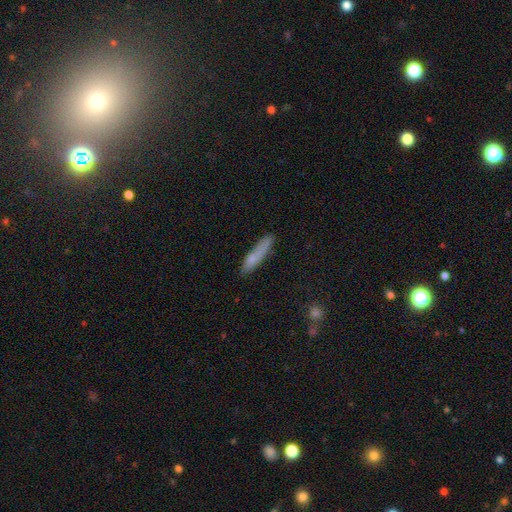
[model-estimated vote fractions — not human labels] smooth_or_featured: smooth (p=0.74) [alt: featured or disk p=0.18]
how_rounded: cigar-shaped (p=0.88) [alt: in between p=0.11]
merging: none (p=0.77) [alt: minor disturbance p=0.17]